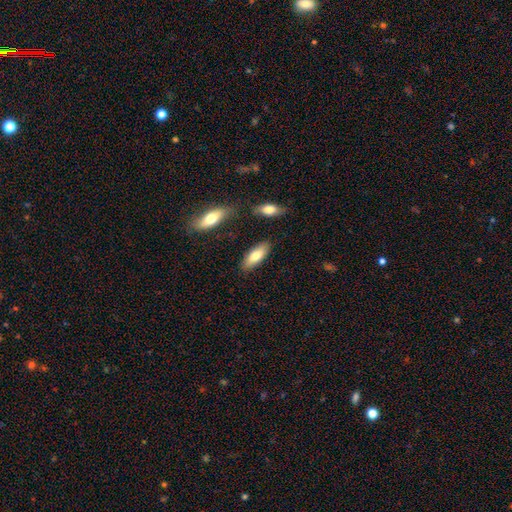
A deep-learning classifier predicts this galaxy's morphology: A smooth galaxy with no disk features (76%) that is in between round and cigar-shaped (74%). Merging: none (83%).